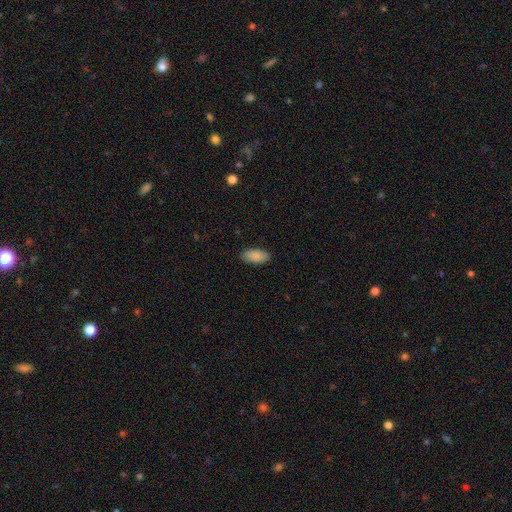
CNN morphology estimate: Smooth or featured: smooth — 89% (star or artifact — 6%)
How rounded: in between — 92% (cigar-shaped — 6%)
Merging: none — 87% (minor disturbance — 10%)